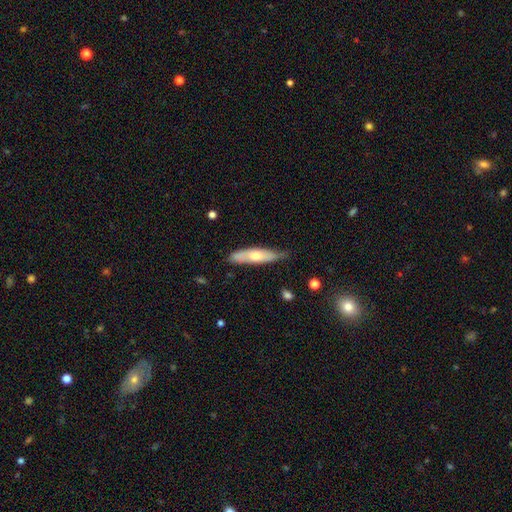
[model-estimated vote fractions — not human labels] smooth_or_featured: smooth (p=0.54) [alt: featured or disk p=0.40]
how_rounded: cigar-shaped (p=0.64) [alt: in between p=0.34]
merging: none (p=0.67) [alt: minor disturbance p=0.27]